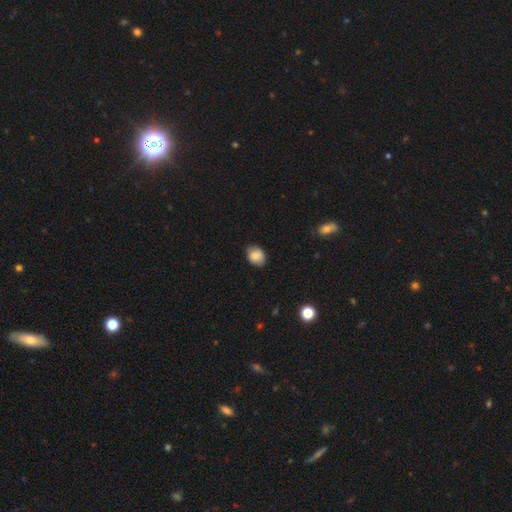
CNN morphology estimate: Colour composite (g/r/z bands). It shows a smooth galaxy with no disk features (85%) that is in between round and cigar-shaped (52%). Merging: none (82%).